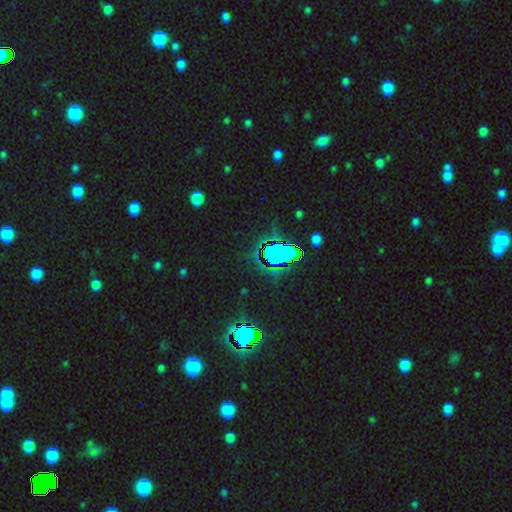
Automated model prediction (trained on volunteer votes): Morphology: type=star or artifact (82%).